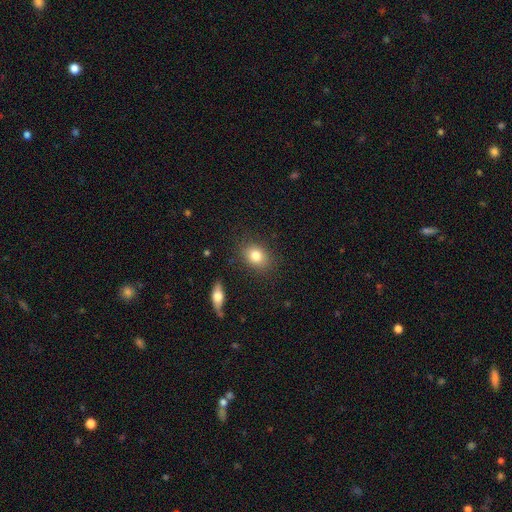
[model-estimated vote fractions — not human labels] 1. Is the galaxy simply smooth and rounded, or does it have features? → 81% smooth, 10% featured or disk, 9% star or artifact.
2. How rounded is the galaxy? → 60% in between, 39% round, 2% cigar-shaped.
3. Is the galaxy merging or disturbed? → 84% none, 10% minor disturbance, 3% major disturbance, 2% merger.